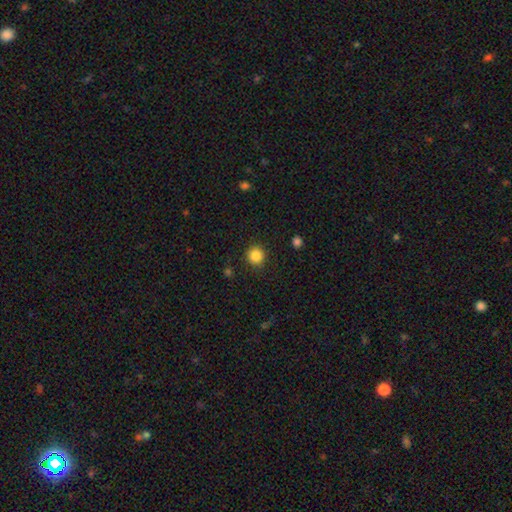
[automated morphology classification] smooth_or_featured: smooth (p=0.85) [alt: star or artifact p=0.11]
how_rounded: round (p=0.93) [alt: in between p=0.06]
merging: none (p=0.90) [alt: minor disturbance p=0.06]